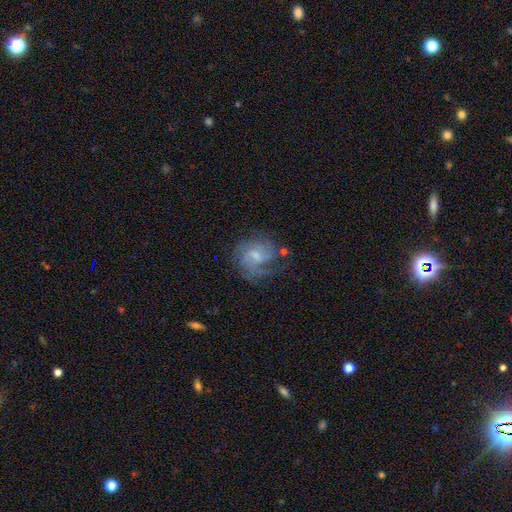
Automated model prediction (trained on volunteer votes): smooth-or-featured: featured or disk: 71% | smooth: 20% | star or artifact: 8%
  disk-edge-on: no: 97% | yes: 3%
    bar: weak: 58% | no: 30% | strong: 11%
    has-spiral-arms: yes: 86% | no: 14%
      spiral-winding: medium: 43% | tight: 34% | loose: 24%
      spiral-arm-count: can't tell: 36% | 2: 26% | 3: 18% | 1: 10% | 4: 7% | more than 4: 4%
    bulge-size: small: 41% | moderate: 35% | none: 20% | large: 4% | dominant: 1%
  merging: none: 52% | major disturbance: 23% | minor disturbance: 22% | merger: 3%